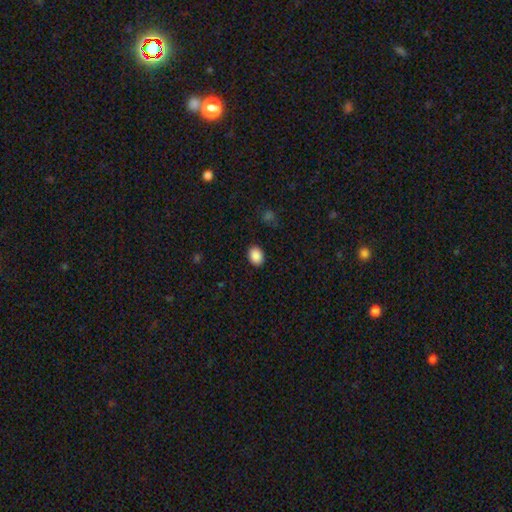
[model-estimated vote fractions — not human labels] The model was most divided on "how rounded": in between: 66%, round: 33%, cigar-shaped: 1%. More confident: smooth or featured — smooth (89%); merging — none (89%).